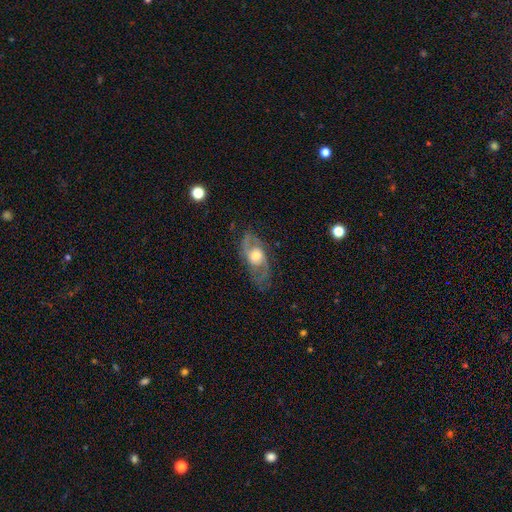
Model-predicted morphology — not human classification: smooth-or-featured: featured or disk: 79% | smooth: 15% | star or artifact: 6%
  disk-edge-on: no: 93% | yes: 7%
    bar: no: 65% | weak: 29% | strong: 6%
    has-spiral-arms: yes: 91% | no: 9%
      spiral-winding: medium: 51% | loose: 26% | tight: 23%
      spiral-arm-count: 2: 83% | can't tell: 8% | 3: 3% | 1: 3% | 4: 1% | more than 4: 1%
    bulge-size: moderate: 63% | large: 17% | small: 17% | dominant: 2% | none: 1%
  merging: none: 72% | minor disturbance: 17% | major disturbance: 10% | merger: 1%